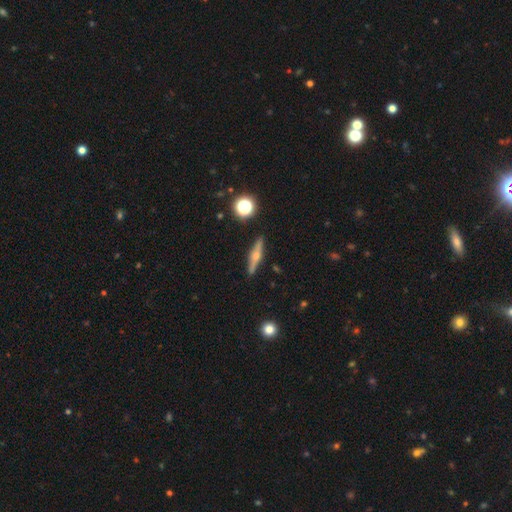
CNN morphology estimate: smooth_or_featured: featured or disk (p=0.60) [alt: smooth p=0.32]
disk_edge_on: yes (p=0.96) [alt: no p=0.04]
edge_on_bulge: rounded (p=0.88) [alt: boxy p=0.07]
merging: none (p=0.89) [alt: minor disturbance p=0.07]